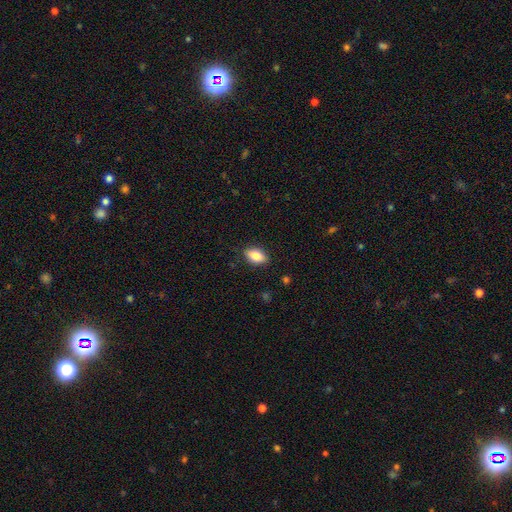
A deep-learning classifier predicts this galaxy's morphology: smooth 83%, featured or disk 9%, star or artifact 8%. Down the decision tree: how rounded — in between (88%); merging — none (87%).